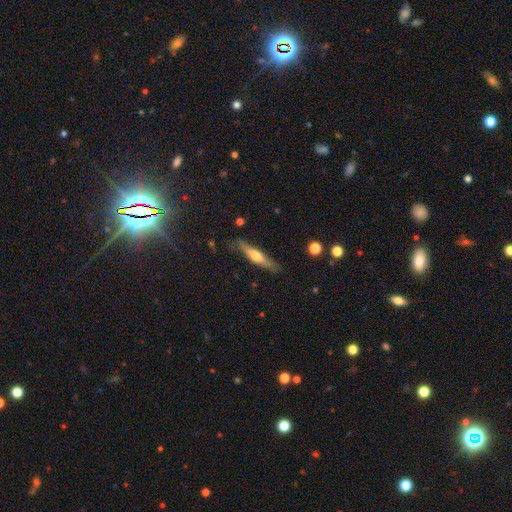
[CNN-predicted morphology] A featured or disk galaxy (56%) viewed edge-on (93%) with a rounded central bulge (87%).

Vote fractions:
- Smooth or featured? featured or disk: 56% / smooth: 38% / star or artifact: 6%
- Edge-on disk? yes: 93% / no: 7%
- Edge-on bulge? rounded: 87% / none: 7% / boxy: 5%
- Merging? none: 83% / minor disturbance: 12% / major disturbance: 3% / merger: 2%